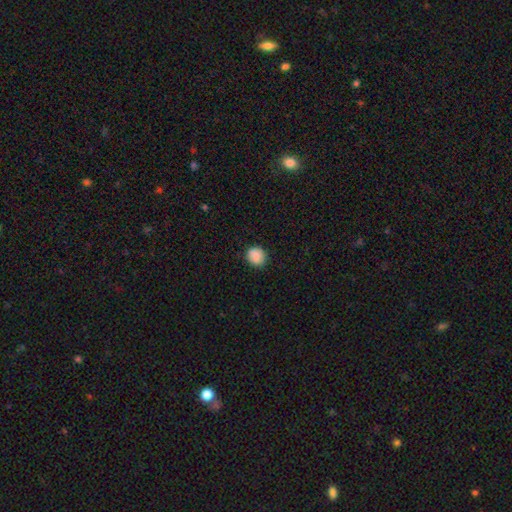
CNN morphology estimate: smooth 88%, star or artifact 8%, featured or disk 4%. Down the decision tree: how rounded — round (82%); merging — none (88%).